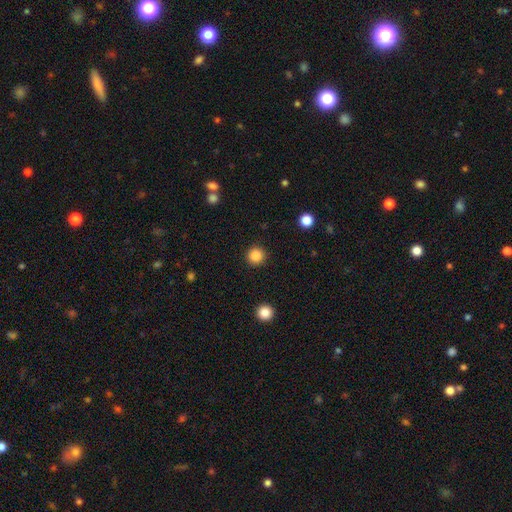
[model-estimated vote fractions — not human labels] smooth 86%, star or artifact 11%, featured or disk 3%. Down the decision tree: how rounded — round (95%); merging — none (91%).